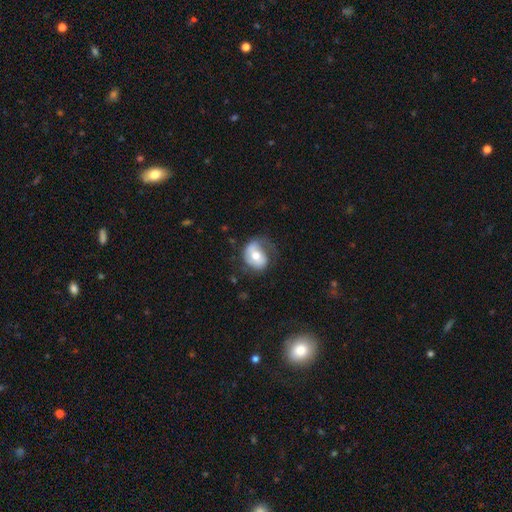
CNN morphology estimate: Smooth or featured?
  - smooth: 47% *
  - featured or disk: 46%
  - star or artifact: 7%
Merging?
  - none: 43% *
  - minor disturbance: 29%
  - major disturbance: 26%
  - merger: 2%